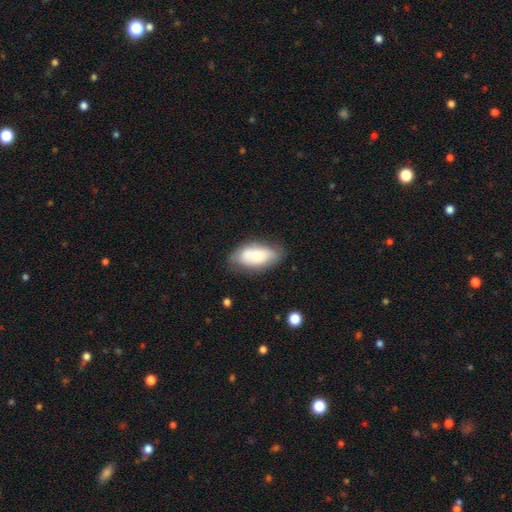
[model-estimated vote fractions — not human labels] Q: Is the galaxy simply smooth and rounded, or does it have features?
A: smooth — 66%.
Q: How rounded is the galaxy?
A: in between — 92%.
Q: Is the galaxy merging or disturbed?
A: none — 70%.